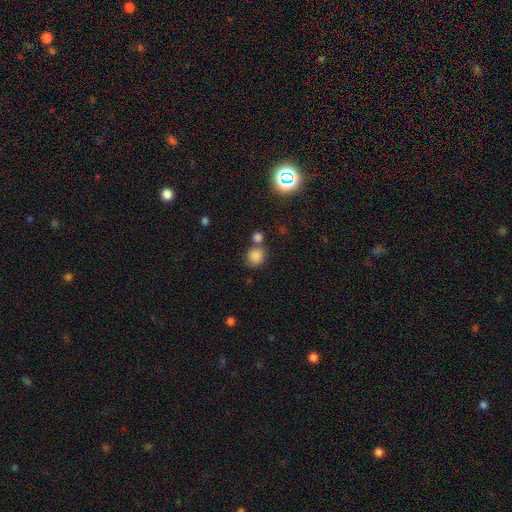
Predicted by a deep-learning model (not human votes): Q: Smooth or featured?
A: smooth (82%); runner-up: star or artifact (13%)
Q: How rounded?
A: round (86%); runner-up: in between (13%)
Q: Merging?
A: none (59%); runner-up: merger (26%)